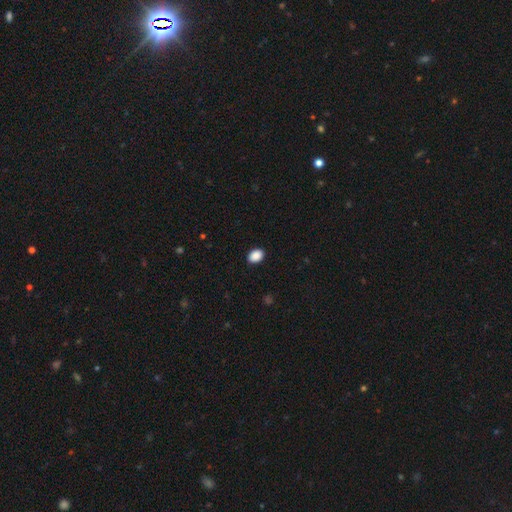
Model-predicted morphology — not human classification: Smooth or featured? Predicted: smooth (p=0.90). How rounded? Predicted: in between (p=0.74). Merging? Predicted: none (p=0.90).